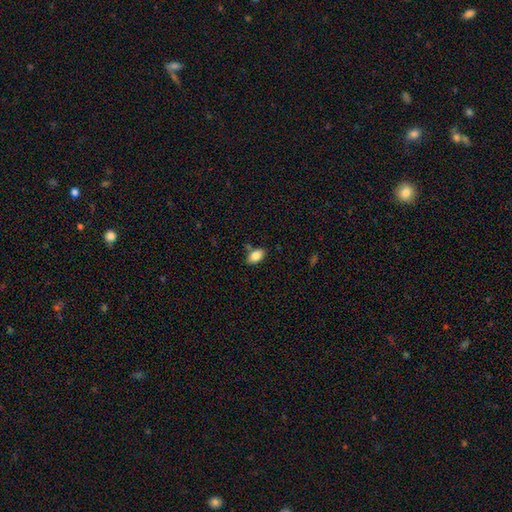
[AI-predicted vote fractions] Smooth or featured?
  - smooth: 84% *
  - featured or disk: 8%
  - star or artifact: 8%
How rounded?
  - in between: 92% *
  - round: 6%
  - cigar-shaped: 2%
Merging?
  - none: 76% *
  - minor disturbance: 14%
  - merger: 6%
  - major disturbance: 3%